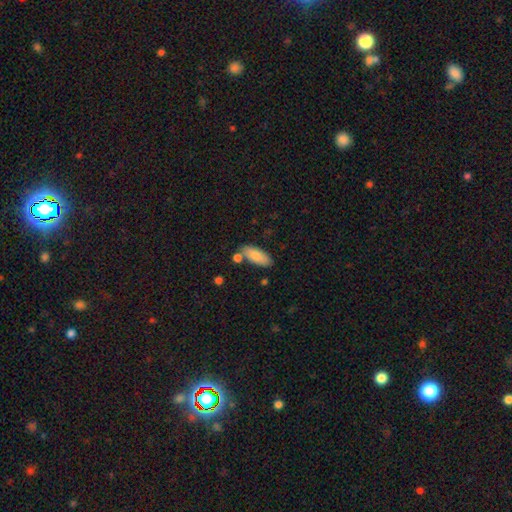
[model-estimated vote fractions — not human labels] smooth-or-featured: smooth: 83% | featured or disk: 11% | star or artifact: 6%
  how-rounded: in between: 82% | cigar-shaped: 16% | round: 2%
  merging: none: 74% | minor disturbance: 13% | merger: 10% | major disturbance: 3%